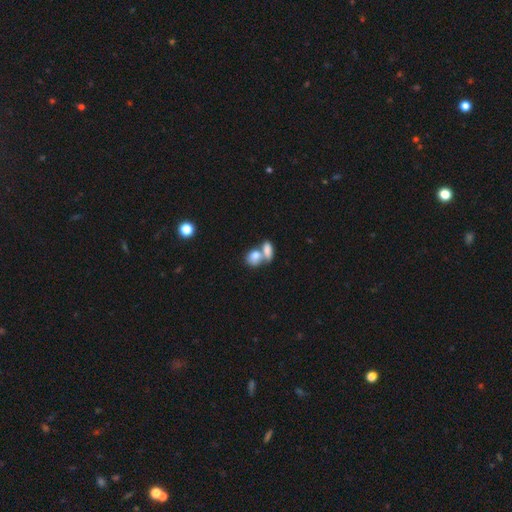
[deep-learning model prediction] smooth_or_featured: smooth (p=0.79) [alt: featured or disk p=0.13]
how_rounded: in between (p=0.67) [alt: round p=0.30]
merging: merger (p=0.65) [alt: none p=0.24]